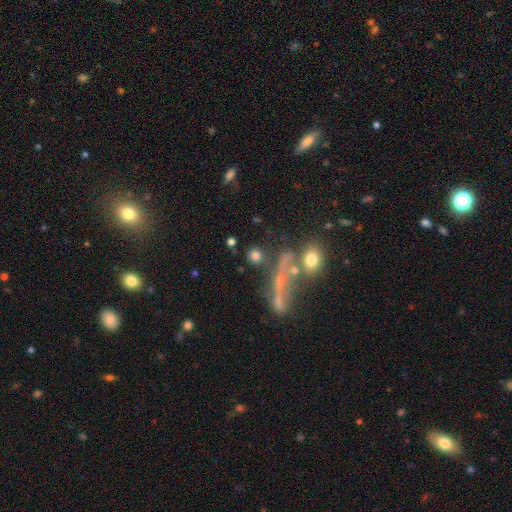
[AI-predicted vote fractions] The model was most divided on "smooth or featured": smooth: 73%, star or artifact: 14%, featured or disk: 13%. More confident: how rounded — round (83%); merging — none (72%).